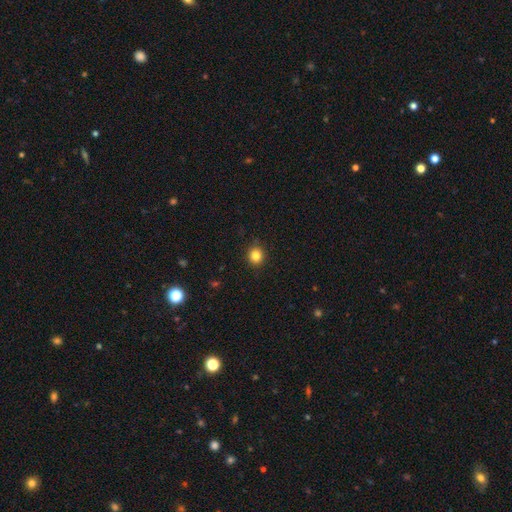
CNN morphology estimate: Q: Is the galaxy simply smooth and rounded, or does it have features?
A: smooth — 83%.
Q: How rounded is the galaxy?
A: round — 89%.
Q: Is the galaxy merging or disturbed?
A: none — 90%.